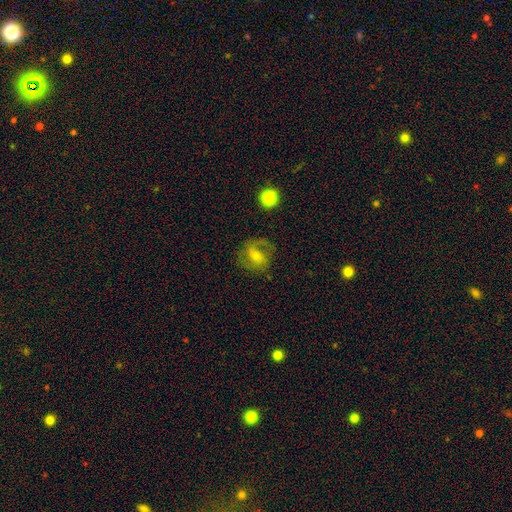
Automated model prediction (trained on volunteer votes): featured or disk 55%, smooth 36%, star or artifact 9%. Down the decision tree: edge-on disk — no (97%); bar — weak (44%); spiral arms — yes (82%); bulge size — moderate (49%); merging — none (64%).